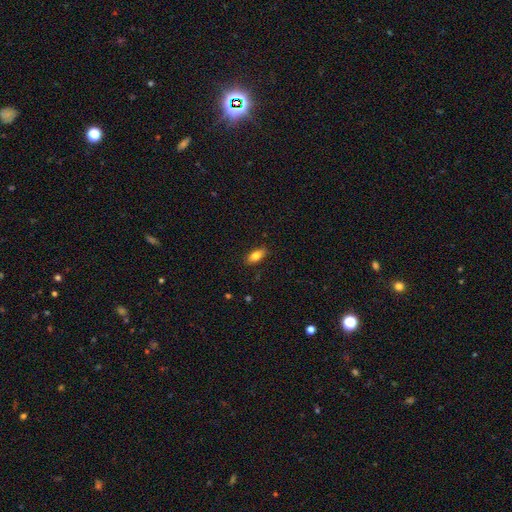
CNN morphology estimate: This is clearly a smooth galaxy (83%). How rounded: clearly in between (87%). Merging: clearly none (87%).